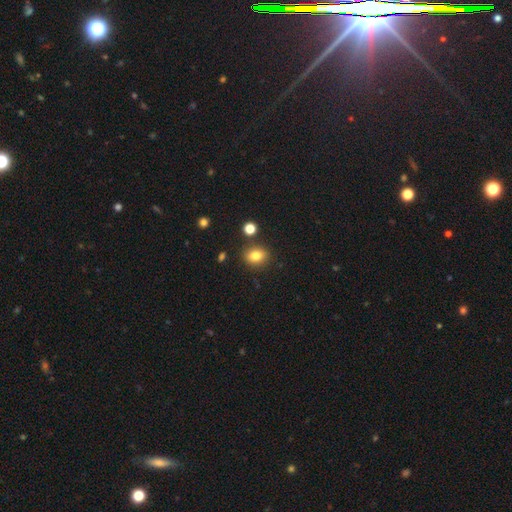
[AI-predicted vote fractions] Smooth or featured?
  - smooth: 81% *
  - star or artifact: 11%
  - featured or disk: 8%
How rounded?
  - round: 50% *
  - in between: 49%
  - cigar-shaped: 1%
Merging?
  - none: 83% *
  - minor disturbance: 10%
  - merger: 5%
  - major disturbance: 3%